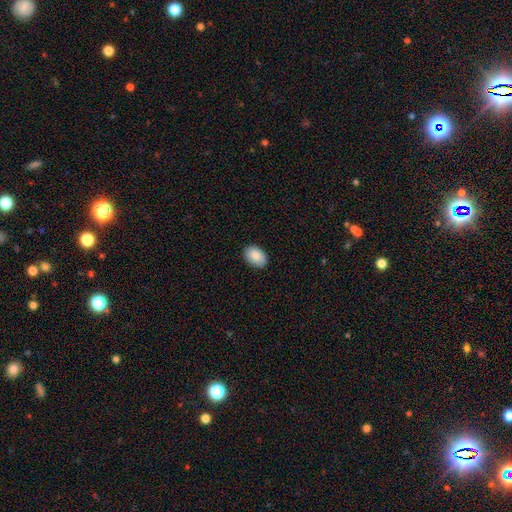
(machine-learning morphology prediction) This appears to be a smooth galaxy with no disk features (89%) that is in between round and cigar-shaped (84%). Merging: none (87%).